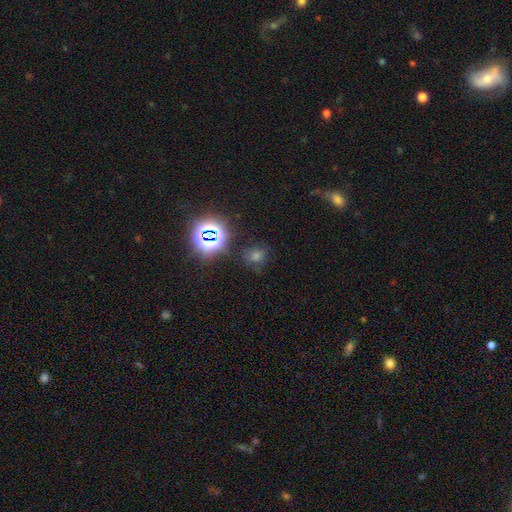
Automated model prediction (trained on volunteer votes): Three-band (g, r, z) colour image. It shows a star or artifact, not a galaxy (46%).